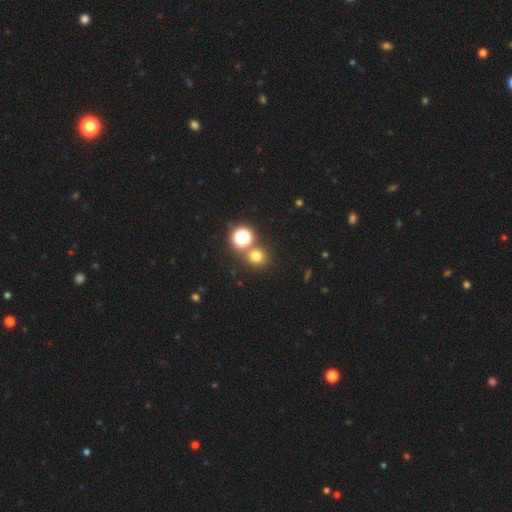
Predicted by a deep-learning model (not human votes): smooth 70%, star or artifact 24%, featured or disk 7%. Down the decision tree: how rounded — round (89%); merging — none (75%).